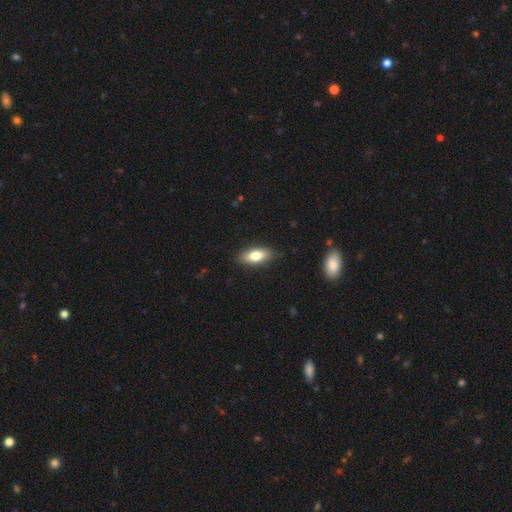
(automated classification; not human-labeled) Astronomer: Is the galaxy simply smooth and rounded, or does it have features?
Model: smooth — 76%.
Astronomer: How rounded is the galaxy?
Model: in between — 81%.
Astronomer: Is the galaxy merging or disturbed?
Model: none — 85%.